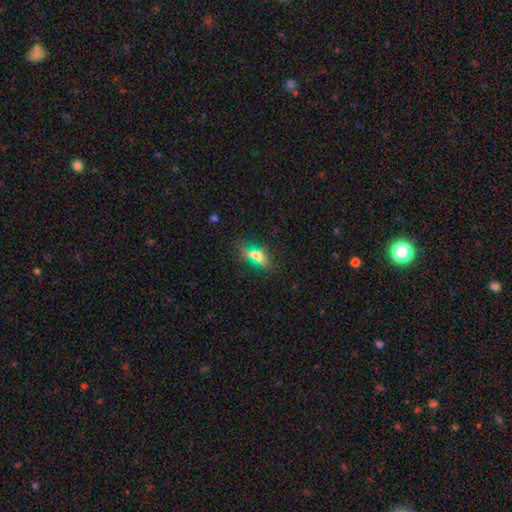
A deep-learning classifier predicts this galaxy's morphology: Q: Smooth or featured?
A: smooth (59%); runner-up: featured or disk (21%)
Q: How rounded?
A: in between (69%); runner-up: cigar-shaped (19%)
Q: Merging?
A: none (76%); runner-up: minor disturbance (15%)